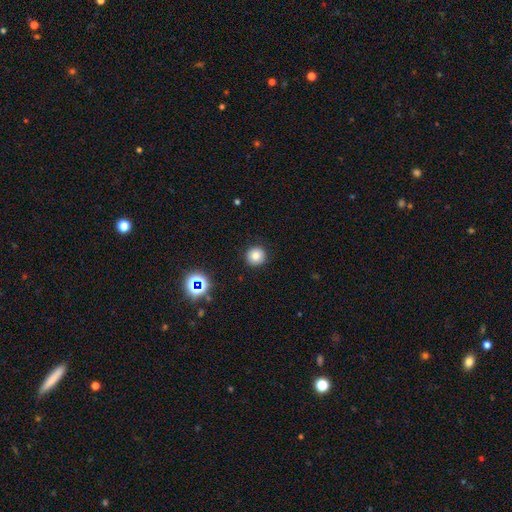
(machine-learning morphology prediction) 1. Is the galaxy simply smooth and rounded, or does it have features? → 81% smooth, 14% star or artifact, 5% featured or disk.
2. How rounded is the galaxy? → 94% round, 5% in between, 1% cigar-shaped.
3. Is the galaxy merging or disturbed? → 91% none, 6% minor disturbance, 2% major disturbance, 1% merger.